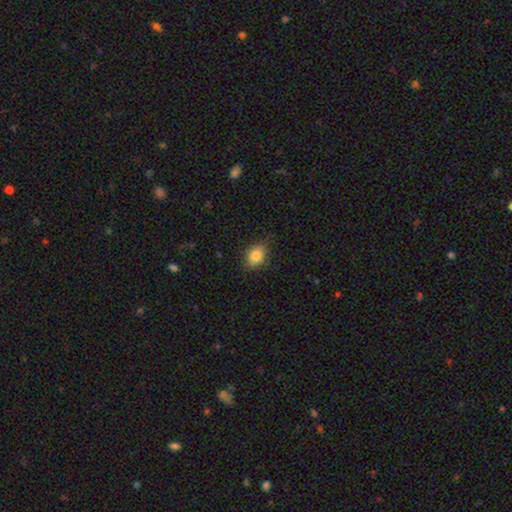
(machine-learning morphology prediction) This appears to be a smooth galaxy with no disk features (85%) that is in between round and cigar-shaped (71%). Merging: none (76%).